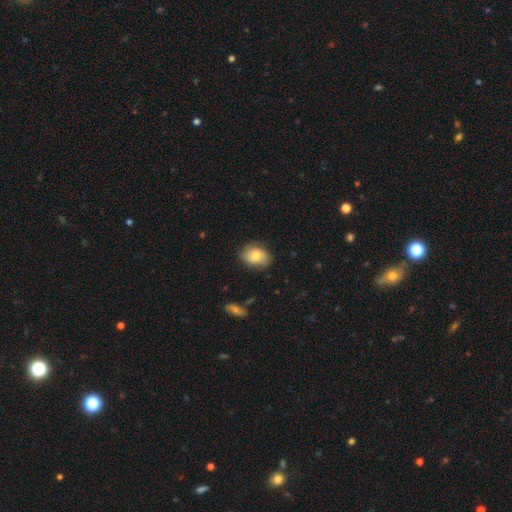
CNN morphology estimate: Overall: smooth (71%). How rounded: in between (74%). Merging: none (81%).